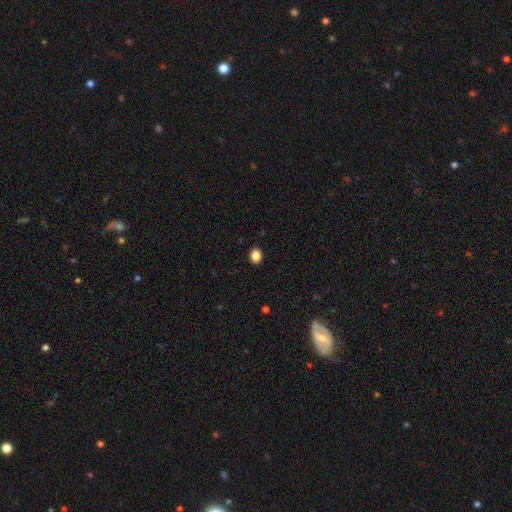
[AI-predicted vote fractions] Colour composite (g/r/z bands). It shows a smooth galaxy with no disk features (86%) that is in between round and cigar-shaped (50%). Merging: none (91%).